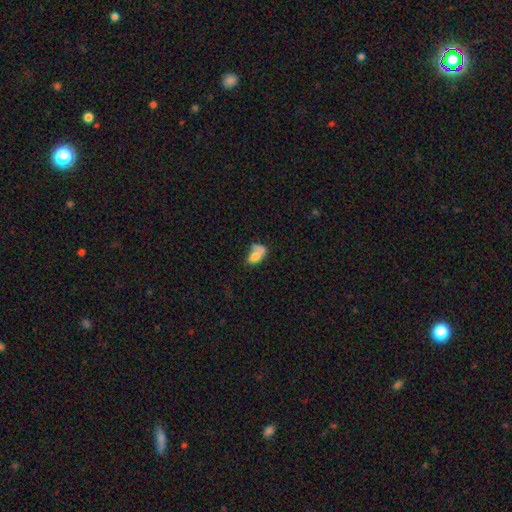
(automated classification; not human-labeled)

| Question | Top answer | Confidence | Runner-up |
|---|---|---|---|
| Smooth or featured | smooth | 68% | featured or disk (22%) |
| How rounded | in between | 83% | round (13%) |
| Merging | merger | 38% | none (25%) |